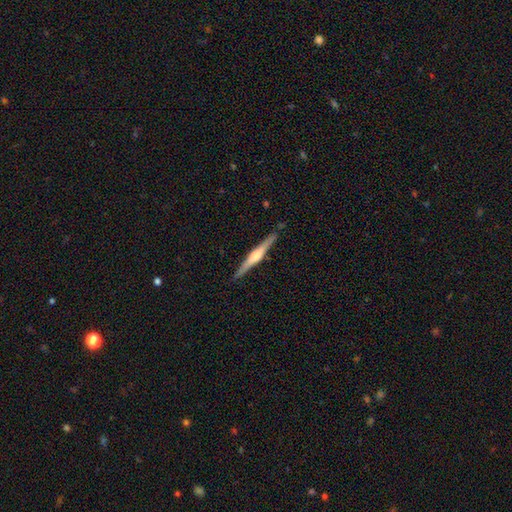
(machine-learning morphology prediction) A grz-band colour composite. It shows a featured or disk galaxy (75%) viewed edge-on (98%) with a rounded central bulge (79%). Merging: none (91%).